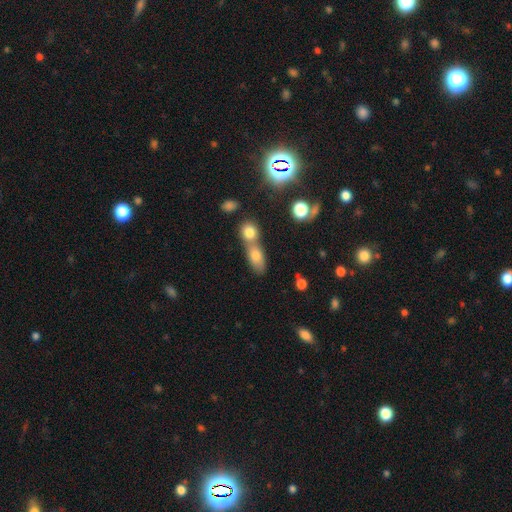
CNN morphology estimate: smooth_or_featured: smooth (p=0.76) [alt: featured or disk p=0.13]
how_rounded: in between (p=0.70) [alt: round p=0.19]
merging: merger (p=0.60) [alt: none p=0.29]